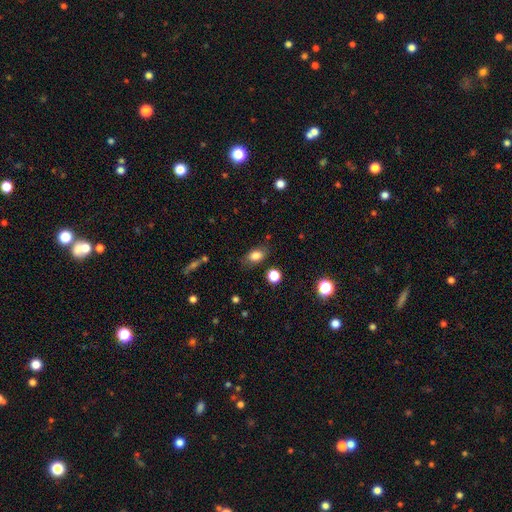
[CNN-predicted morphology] This appears to be a smooth galaxy with no disk features (81%) that is in between round and cigar-shaped (80%). Merging: none (77%).